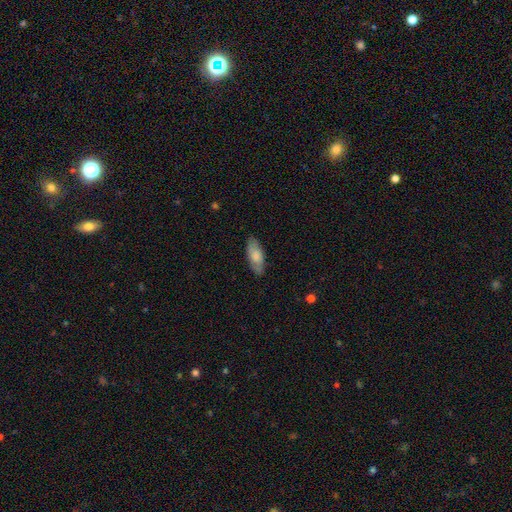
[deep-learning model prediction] Smooth or featured: smooth — 73% (featured or disk — 21%)
How rounded: in between — 79% (cigar-shaped — 19%)
Merging: none — 82% (minor disturbance — 14%)